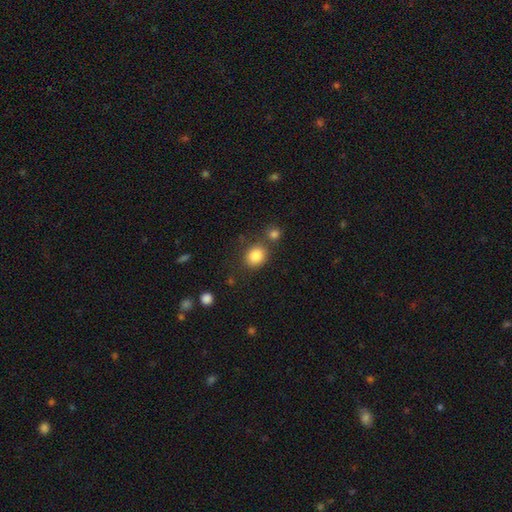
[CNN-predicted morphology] The model was most divided on "how rounded": round: 64%, in between: 35%, cigar-shaped: 1%. More confident: smooth or featured — smooth (84%); merging — none (74%).